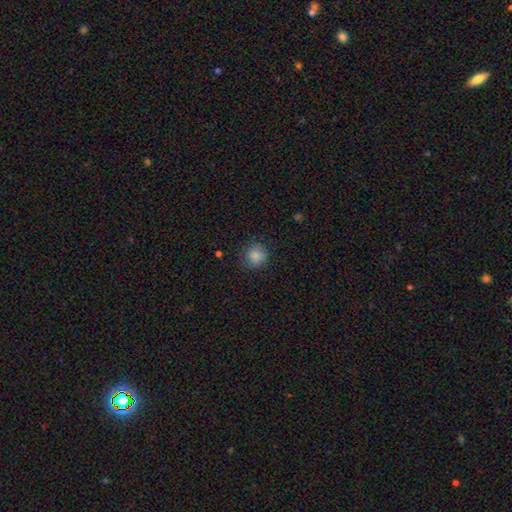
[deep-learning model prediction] smooth_or_featured: smooth (p=0.85) [alt: star or artifact p=0.10]
how_rounded: round (p=0.89) [alt: in between p=0.10]
merging: none (p=0.81) [alt: minor disturbance p=0.14]